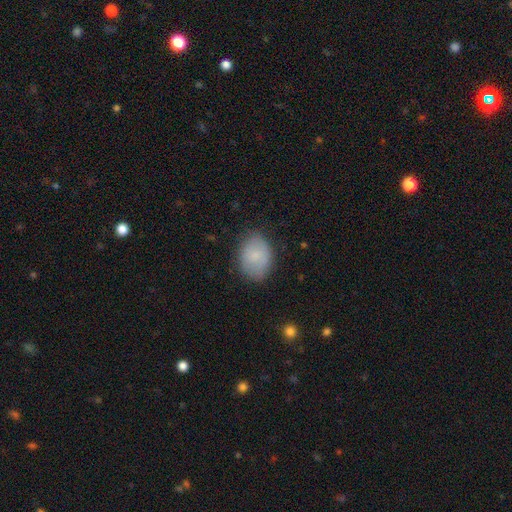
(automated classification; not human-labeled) A smooth galaxy with no disk features (80%) that is in between round and cigar-shaped (74%). Merging: none (77%).